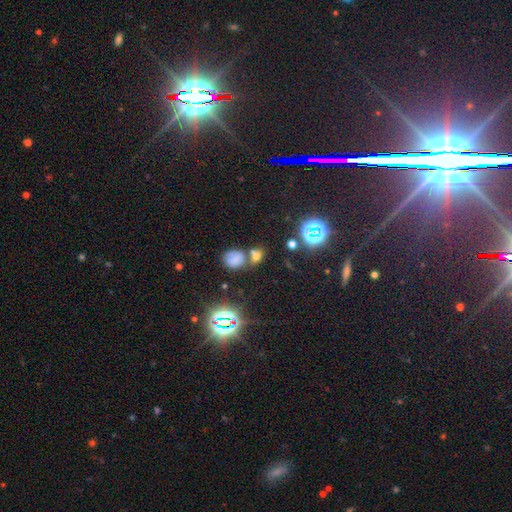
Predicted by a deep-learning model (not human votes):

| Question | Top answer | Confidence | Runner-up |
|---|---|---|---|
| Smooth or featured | smooth | 55% | star or artifact (33%) |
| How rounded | round | 50% | in between (47%) |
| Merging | none | 43% | merger (41%) |